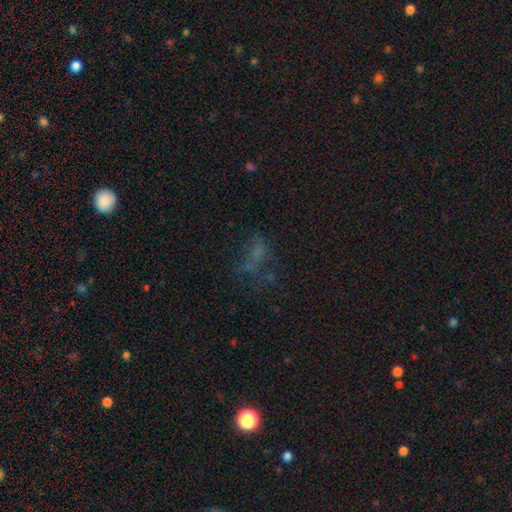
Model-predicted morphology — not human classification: Smooth or featured? Predicted: smooth (p=0.38). Merging? Predicted: none (p=0.41).